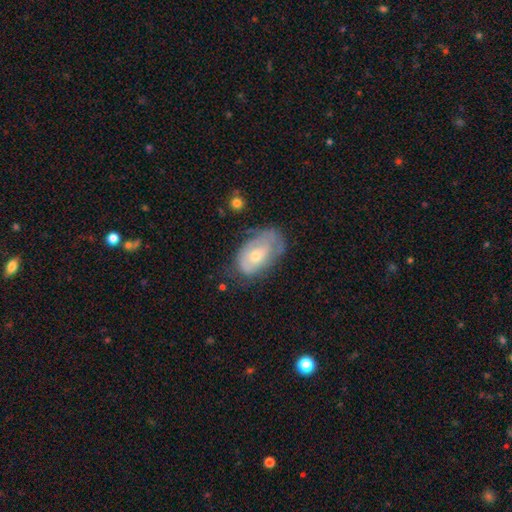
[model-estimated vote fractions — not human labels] smooth_or_featured: featured or disk (p=0.55) [alt: smooth p=0.38]
disk_edge_on: no (p=0.94) [alt: yes p=0.06]
bar: no (p=0.75) [alt: weak p=0.21]
has_spiral_arms: yes (p=0.59) [alt: no p=0.41]
bulge_size: moderate (p=0.51) [alt: small p=0.44]
merging: none (p=0.48) [alt: minor disturbance p=0.32]